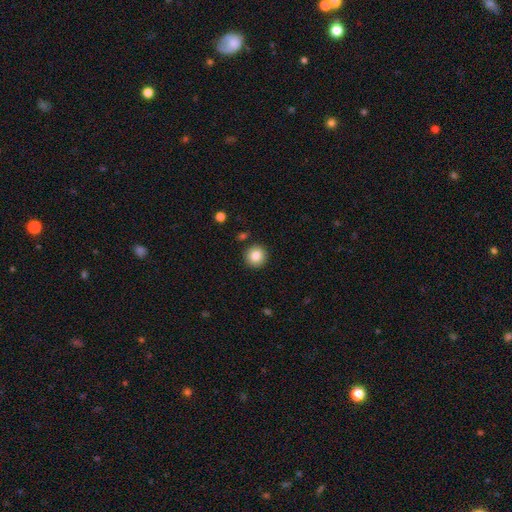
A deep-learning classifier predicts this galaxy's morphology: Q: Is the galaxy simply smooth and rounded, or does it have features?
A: smooth — 83%.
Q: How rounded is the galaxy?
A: round — 95%.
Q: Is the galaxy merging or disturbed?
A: none — 91%.